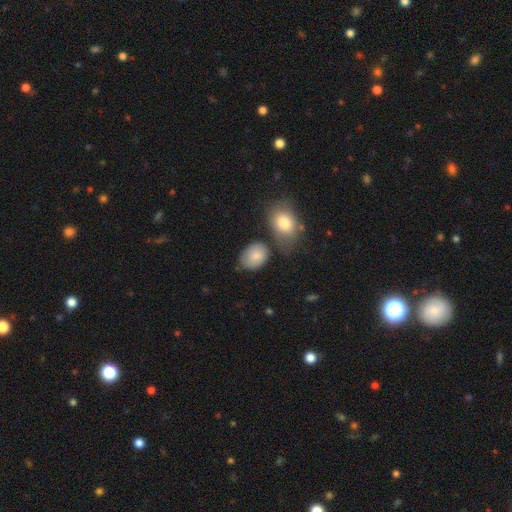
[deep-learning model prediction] smooth_or_featured: smooth (p=0.82) [alt: featured or disk p=0.10]
how_rounded: in between (p=0.72) [alt: round p=0.27]
merging: none (p=0.63) [alt: minor disturbance p=0.19]